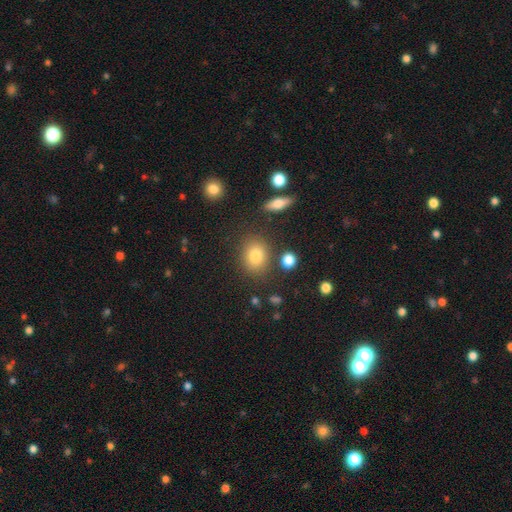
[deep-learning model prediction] smooth_or_featured: smooth (p=0.80) [alt: star or artifact p=0.11]
how_rounded: round (p=0.51) [alt: in between p=0.47]
merging: none (p=0.80) [alt: minor disturbance p=0.11]